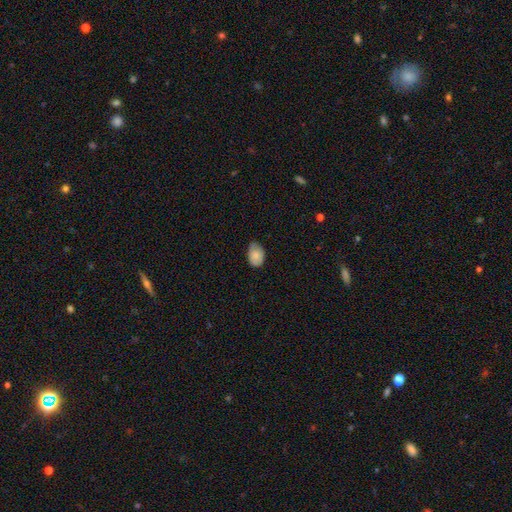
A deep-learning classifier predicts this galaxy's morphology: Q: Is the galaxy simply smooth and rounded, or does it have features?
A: smooth — 81%.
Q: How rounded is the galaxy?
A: in between — 85%.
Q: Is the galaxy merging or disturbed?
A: none — 65%.